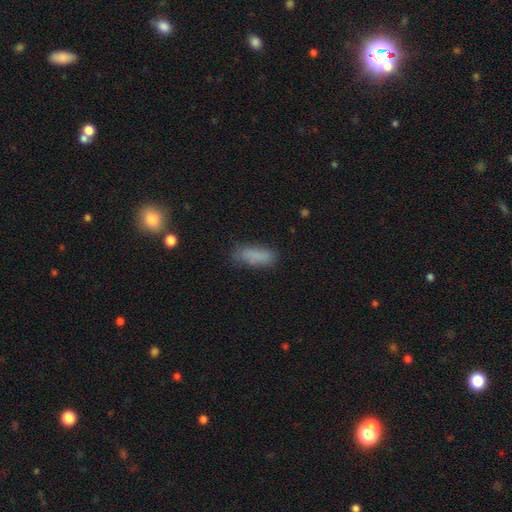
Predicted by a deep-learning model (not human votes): This is clearly a smooth galaxy (83%). How rounded: possibly in between (57%). Merging: likely none (75%).